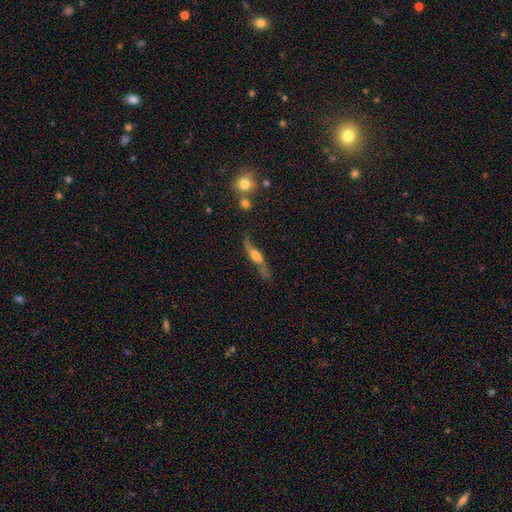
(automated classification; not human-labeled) A featured or disk galaxy (68%) viewed edge-on (66%).

Vote fractions:
- Smooth or featured? featured or disk: 68% / smooth: 25% / star or artifact: 7%
- Edge-on disk? yes: 66% / no: 34%
- Merging? none: 60% / minor disturbance: 23% / major disturbance: 11% / merger: 5%